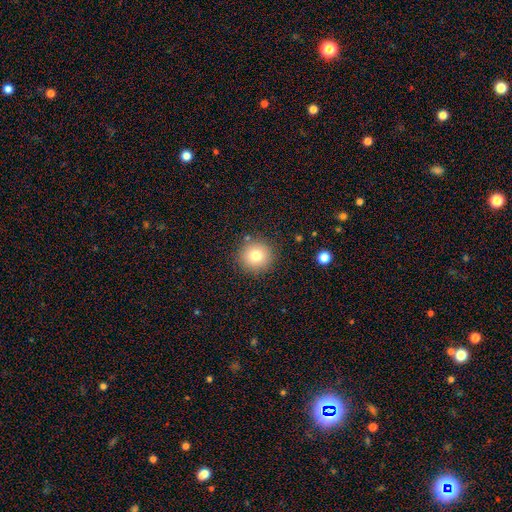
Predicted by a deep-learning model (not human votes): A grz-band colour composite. It shows a smooth galaxy with no disk features (77%) that is round (94%). Merging: none (88%).